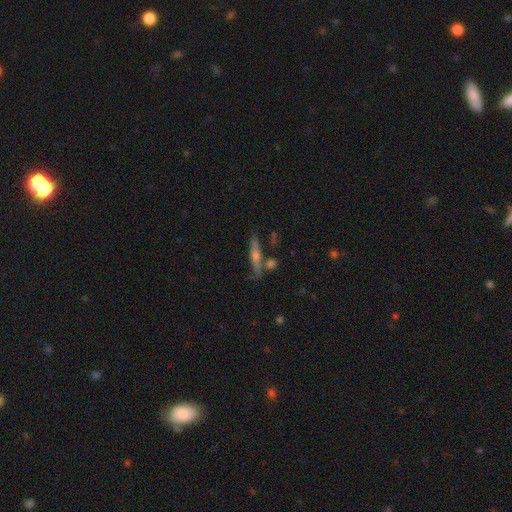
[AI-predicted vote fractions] This is likely a featured or disk galaxy (63%). It is clearly viewed edge-on (93%). Edge-on bulge: clearly rounded (86%). Merging: likely none (76%).